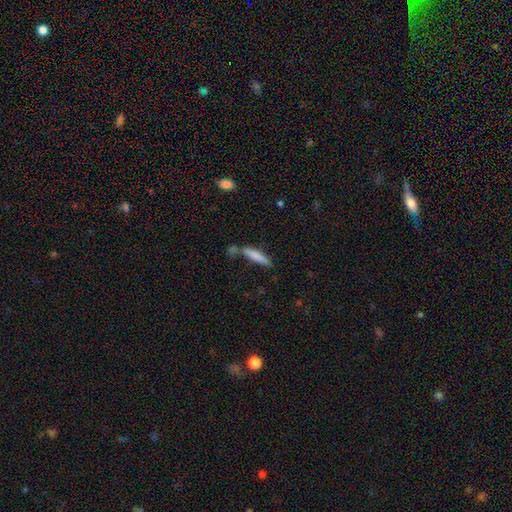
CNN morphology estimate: type=smooth (76%); roundness=cigar-shaped (85%); merging=none (61%).